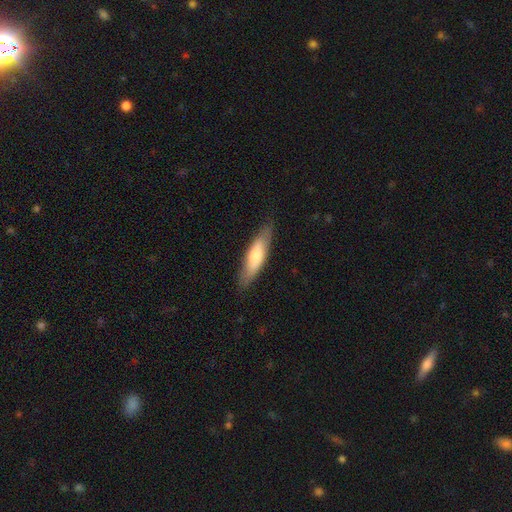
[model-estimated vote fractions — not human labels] smooth-or-featured: smooth: 65% | featured or disk: 30% | star or artifact: 5%
  how-rounded: cigar-shaped: 66% | in between: 32% | round: 2%
  merging: none: 83% | minor disturbance: 13% | major disturbance: 2% | merger: 1%